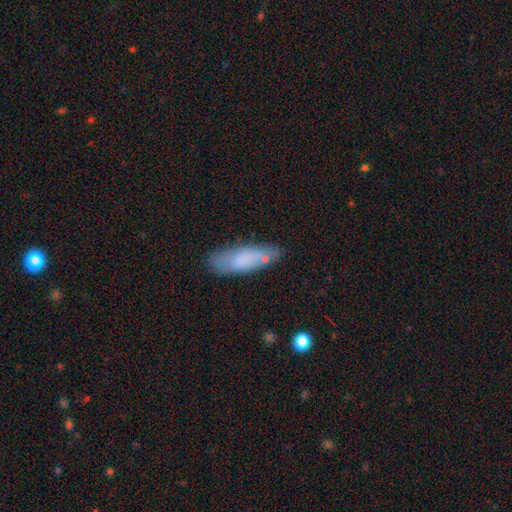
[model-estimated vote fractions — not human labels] smooth-or-featured: smooth: 75% | featured or disk: 18% | star or artifact: 7%
  how-rounded: in between: 57% | cigar-shaped: 41% | round: 2%
  merging: none: 67% | minor disturbance: 21% | merger: 6% | major disturbance: 6%